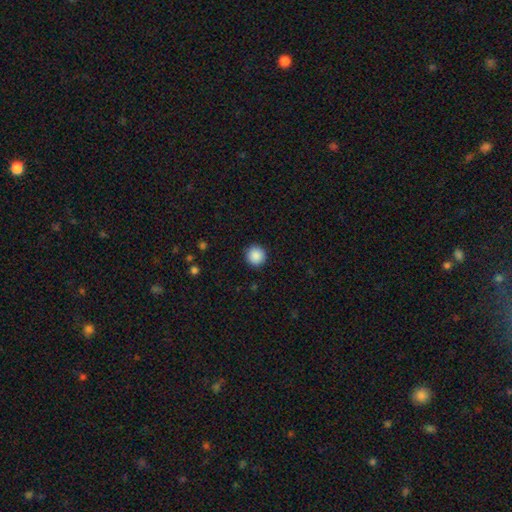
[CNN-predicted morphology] This appears to be a smooth galaxy with no disk features (88%) that is round (96%). Merging: none (92%).